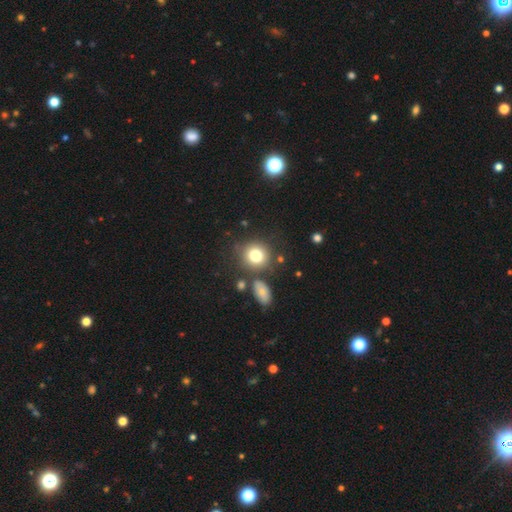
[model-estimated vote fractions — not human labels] smooth_or_featured: smooth (p=0.79) [alt: featured or disk p=0.11]
how_rounded: round (p=0.84) [alt: in between p=0.15]
merging: none (p=0.72) [alt: minor disturbance p=0.11]